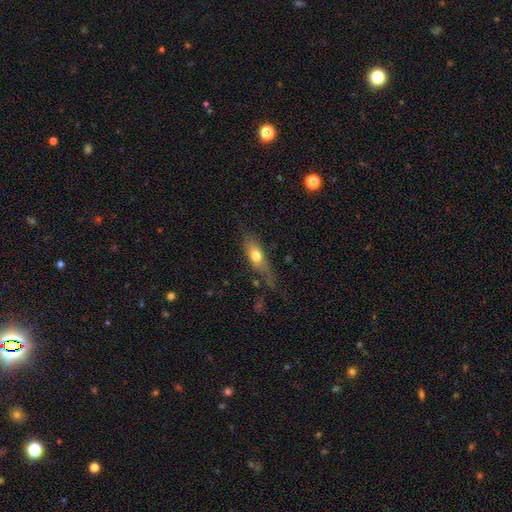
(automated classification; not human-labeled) A smooth galaxy with no disk features (65%) that is in between round and cigar-shaped (68%).

Vote fractions:
- Smooth or featured? smooth: 65% / featured or disk: 27% / star or artifact: 8%
- How rounded? in between: 68% / cigar-shaped: 25% / round: 7%
- Merging? none: 47% / minor disturbance: 27% / major disturbance: 21% / merger: 5%